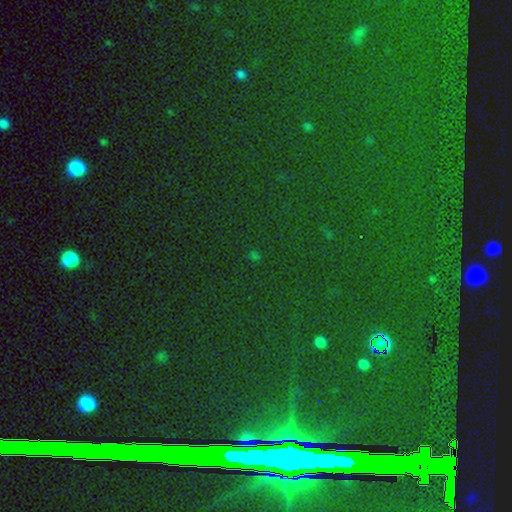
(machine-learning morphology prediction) Smooth or featured? Predicted: star or artifact (p=0.80).